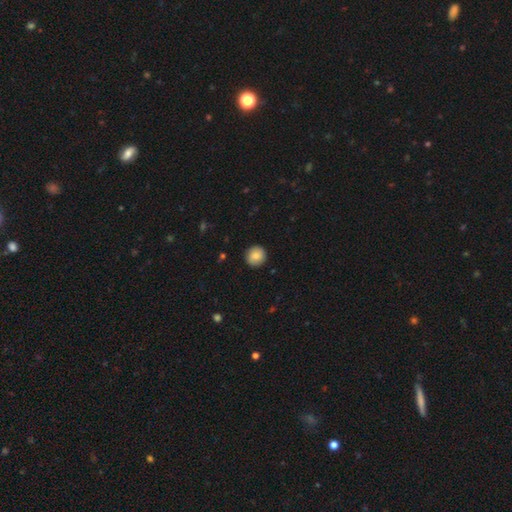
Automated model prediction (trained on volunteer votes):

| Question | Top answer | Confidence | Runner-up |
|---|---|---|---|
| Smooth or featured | smooth | 85% | star or artifact (8%) |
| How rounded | round | 93% | in between (6%) |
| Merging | none | 91% | minor disturbance (6%) |